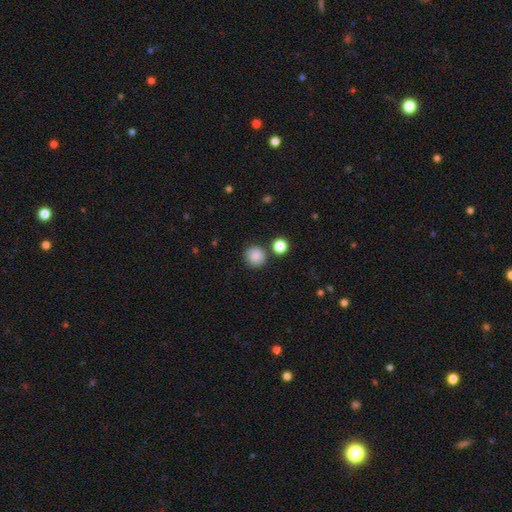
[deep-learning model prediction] Smooth or featured: smooth — 86% (star or artifact — 10%)
How rounded: round — 93% (in between — 6%)
Merging: none — 83% (minor disturbance — 9%)